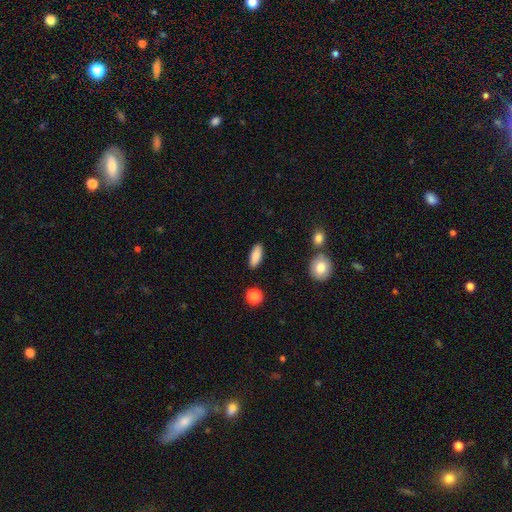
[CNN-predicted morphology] Smooth or featured: smooth — 86% (featured or disk — 7%)
How rounded: in between — 71% (cigar-shaped — 26%)
Merging: none — 88% (minor disturbance — 8%)